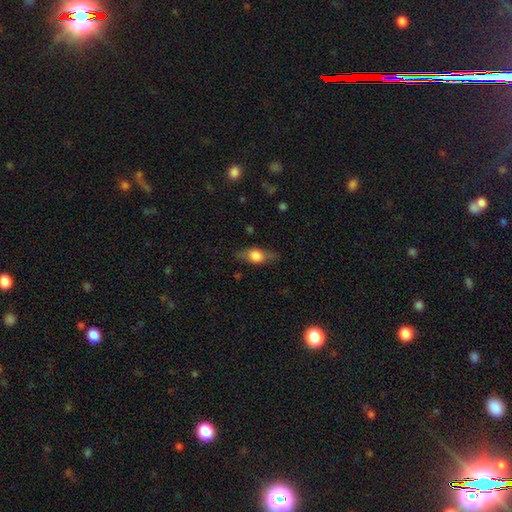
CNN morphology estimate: A smooth galaxy with no disk features (58%) that is in between round and cigar-shaped (69%). Merging: none (78%).